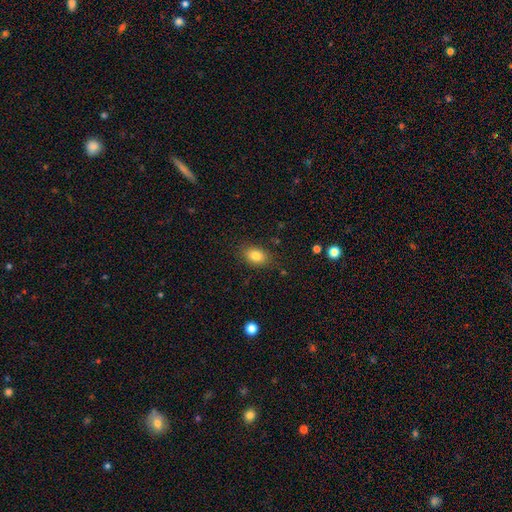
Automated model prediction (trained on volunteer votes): Overall: smooth (83%). How rounded: in between (80%). Merging: none (83%).